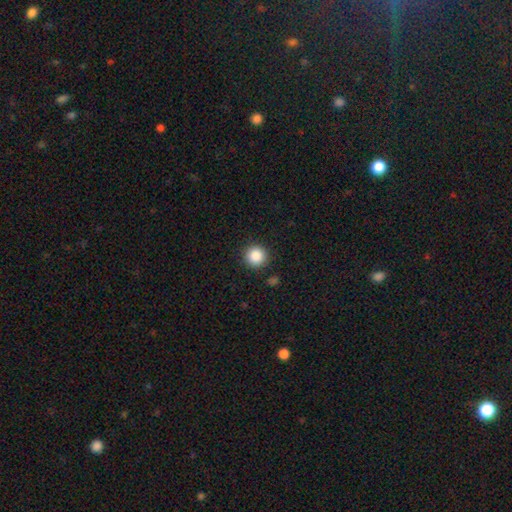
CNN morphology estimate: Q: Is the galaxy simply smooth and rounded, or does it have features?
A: smooth — 87%.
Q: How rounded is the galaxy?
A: round — 95%.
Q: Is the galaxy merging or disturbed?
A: none — 90%.